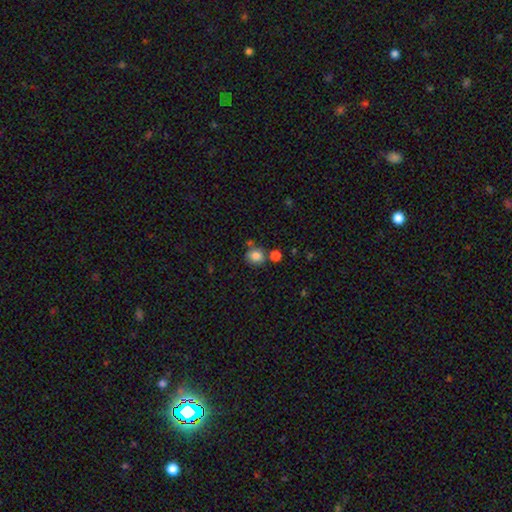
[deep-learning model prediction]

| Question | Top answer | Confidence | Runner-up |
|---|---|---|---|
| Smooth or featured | smooth | 83% | star or artifact (11%) |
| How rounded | round | 68% | in between (31%) |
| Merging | none | 65% | merger (16%) |